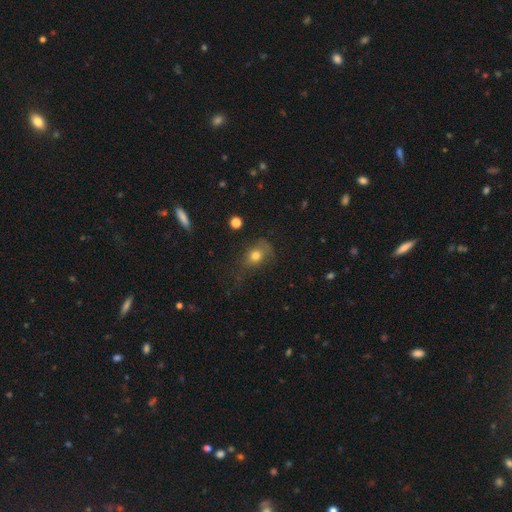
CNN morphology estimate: Smooth or featured: smooth — 73% (featured or disk — 14%)
How rounded: in between — 51% (round — 47%)
Merging: none — 46% (minor disturbance — 28%)